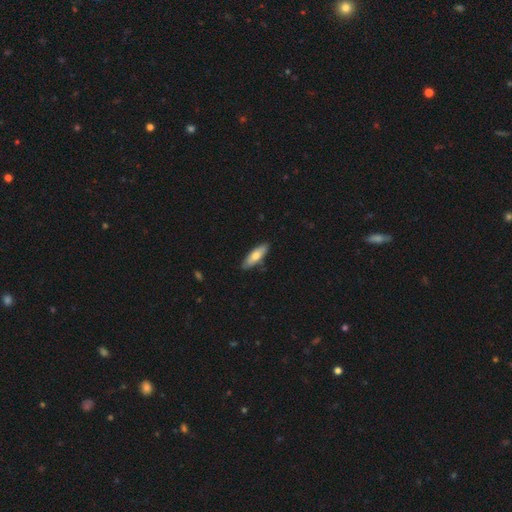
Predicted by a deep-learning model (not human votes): A smooth galaxy with no disk features (69%) that is in between round and cigar-shaped (50%). Merging: none (86%).